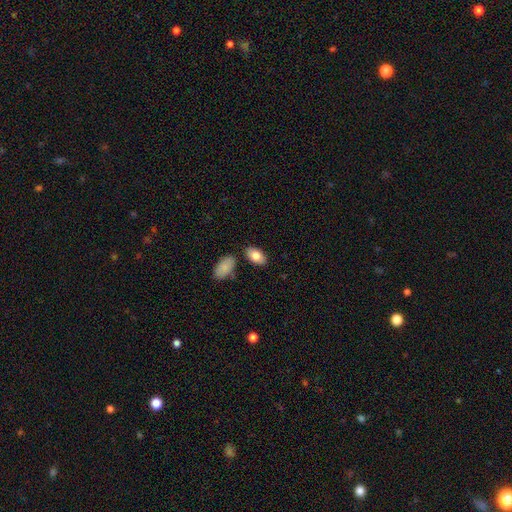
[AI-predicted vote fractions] Smooth or featured: smooth — 82% (featured or disk — 12%)
How rounded: in between — 94% (round — 4%)
Merging: none — 80% (minor disturbance — 11%)